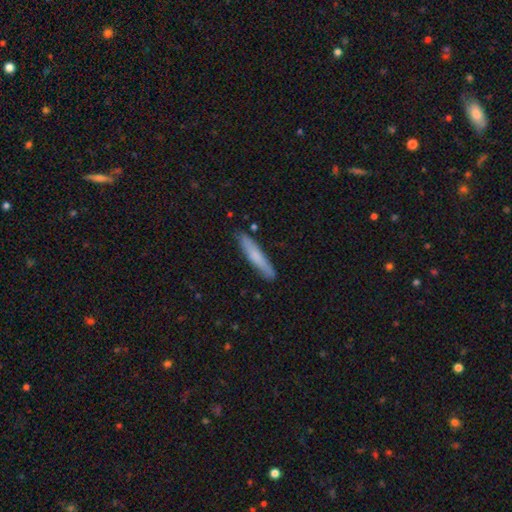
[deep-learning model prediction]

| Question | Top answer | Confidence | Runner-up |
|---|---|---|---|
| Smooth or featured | smooth | 70% | featured or disk (24%) |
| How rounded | cigar-shaped | 93% | in between (6%) |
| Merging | none | 88% | minor disturbance (9%) |